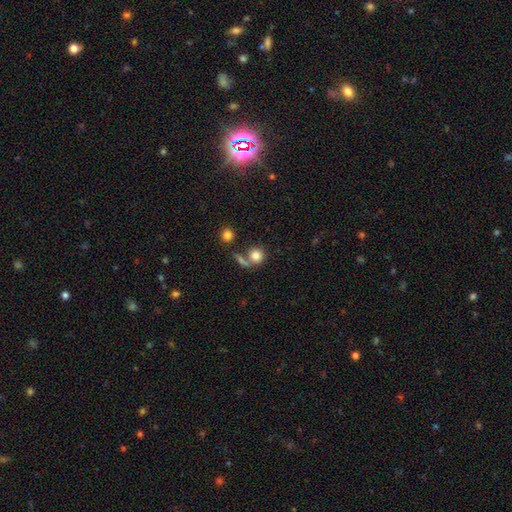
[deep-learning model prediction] Morphology: type=smooth (81%); roundness=round (86%); merging=none (59%).